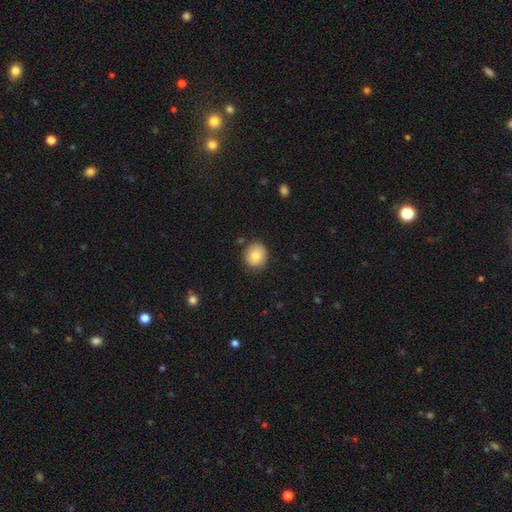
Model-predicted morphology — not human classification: smooth 80%, featured or disk 11%, star or artifact 9%. Down the decision tree: how rounded — round (86%); merging — none (84%).